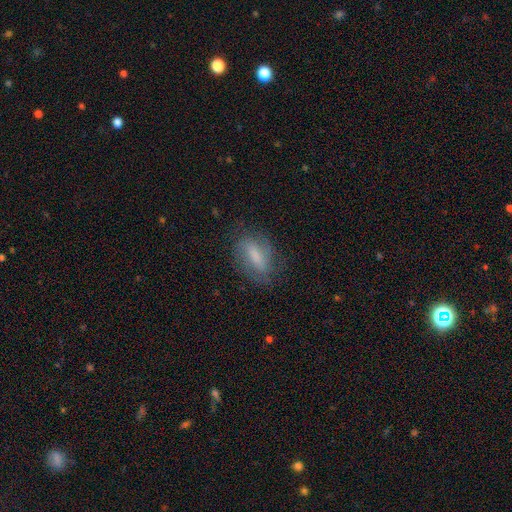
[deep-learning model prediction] A smooth galaxy with no disk features (50%).

Vote fractions:
- Smooth or featured? smooth: 50% / featured or disk: 42% / star or artifact: 9%
- Merging? none: 72% / minor disturbance: 19% / major disturbance: 8% / merger: 1%